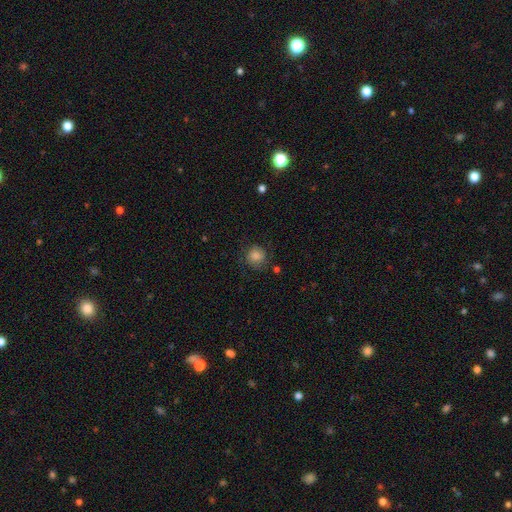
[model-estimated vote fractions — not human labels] The model was most divided on "merging": none: 72%, minor disturbance: 18%, major disturbance: 7%, merger: 2%. More confident: how rounded — round (84%); smooth or featured — smooth (77%).